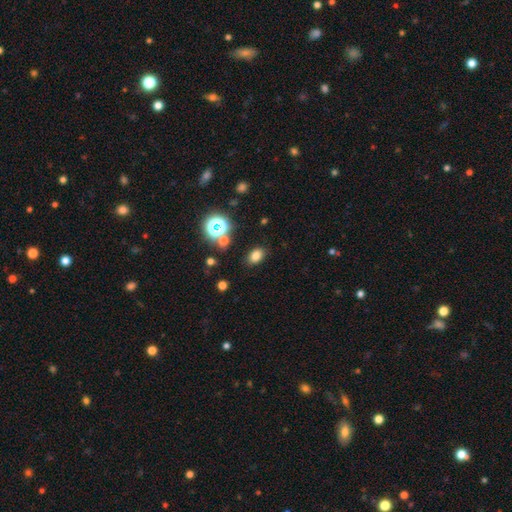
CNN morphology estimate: This is likely a smooth galaxy (76%). How rounded: likely in between (76%). Merging: clearly none (86%).